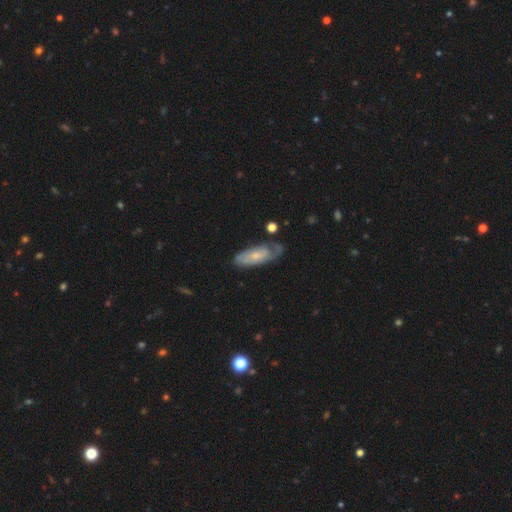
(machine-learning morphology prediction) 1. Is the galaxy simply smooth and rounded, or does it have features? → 56% featured or disk, 38% smooth, 6% star or artifact.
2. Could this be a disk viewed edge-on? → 87% no, 13% yes.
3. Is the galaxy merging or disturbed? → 55% none, 28% minor disturbance, 13% major disturbance, 4% merger.